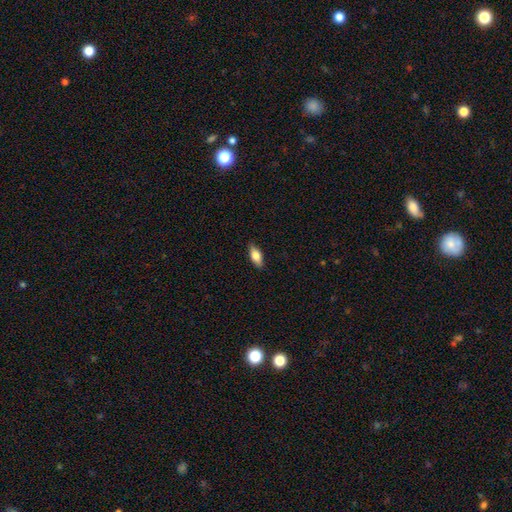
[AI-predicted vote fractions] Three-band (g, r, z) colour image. It shows a smooth galaxy with no disk features (74%) that is in between round and cigar-shaped (80%). Merging: none (88%).